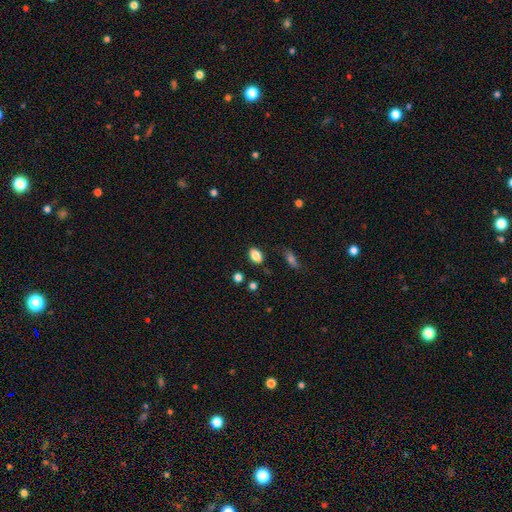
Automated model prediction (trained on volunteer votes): The model was most divided on "merging": none: 82%, minor disturbance: 13%, major disturbance: 3%, merger: 2%. More confident: smooth or featured — smooth (85%); how rounded — in between (85%).